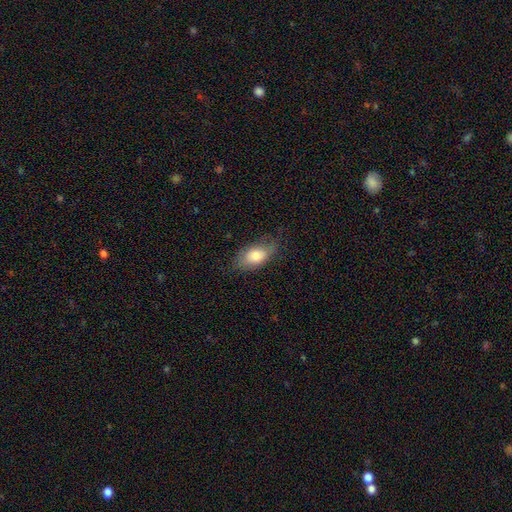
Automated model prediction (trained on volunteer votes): This appears to be a smooth galaxy with no disk features (72%) that is in between round and cigar-shaped (89%). Merging: none (65%).